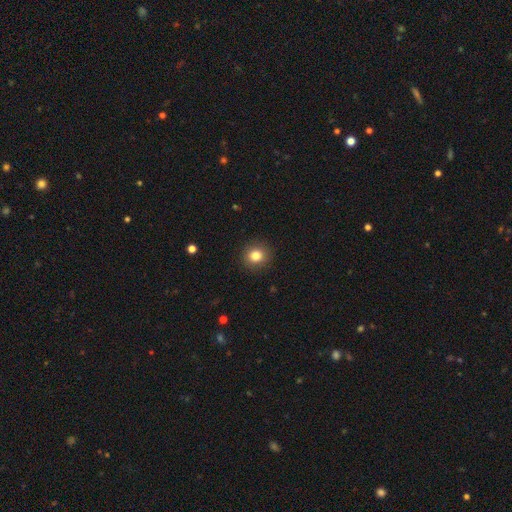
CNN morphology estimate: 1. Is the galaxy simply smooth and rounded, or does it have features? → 83% smooth, 11% star or artifact, 6% featured or disk.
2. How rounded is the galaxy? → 87% round, 12% in between, 1% cigar-shaped.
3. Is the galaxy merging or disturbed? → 91% none, 6% minor disturbance, 2% major disturbance, 1% merger.